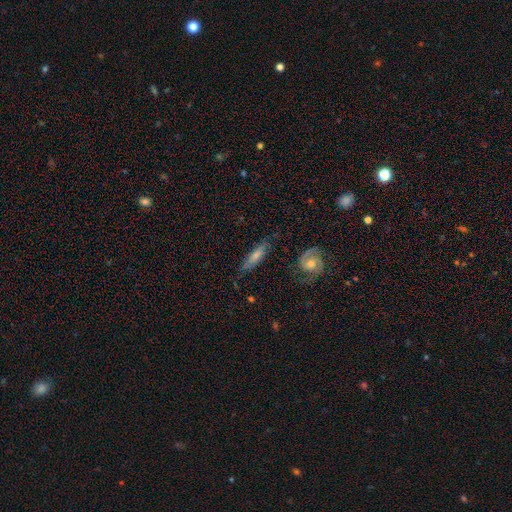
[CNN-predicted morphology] Smooth or featured: smooth — 57% (featured or disk — 36%)
How rounded: cigar-shaped — 66% (in between — 31%)
Merging: none — 71% (minor disturbance — 19%)